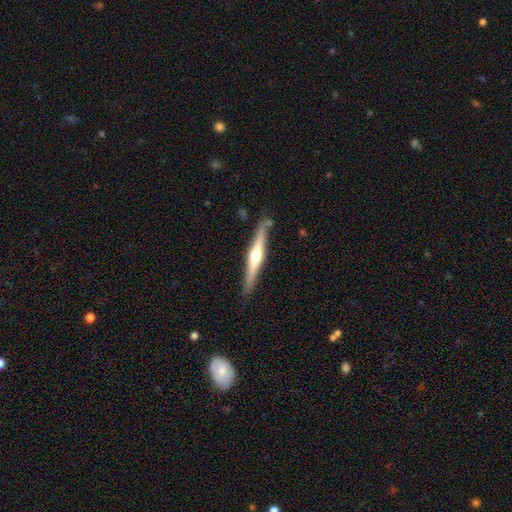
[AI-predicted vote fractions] Morphology: type=featured or disk (72%); edge-on=yes (98%); edge-on bulge=rounded (91%); merging=none (85%).